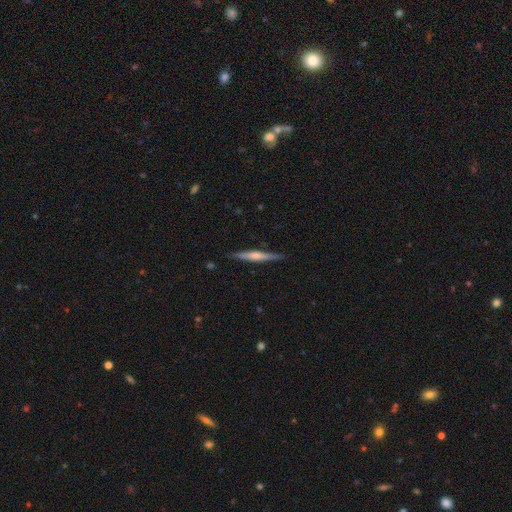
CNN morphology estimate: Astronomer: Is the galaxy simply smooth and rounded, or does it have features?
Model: featured or disk — 55% (runner-up: smooth, 40%).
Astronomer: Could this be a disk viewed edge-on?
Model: yes — 97%.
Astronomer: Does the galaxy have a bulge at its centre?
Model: rounded — 57%.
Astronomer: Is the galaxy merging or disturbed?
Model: none — 88%.